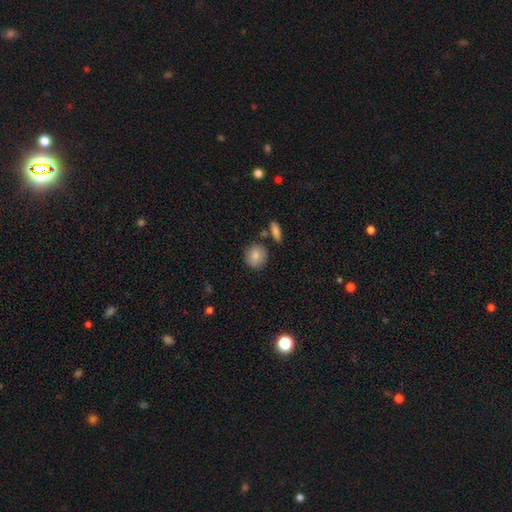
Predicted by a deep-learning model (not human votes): Smooth or featured?
  - smooth: 85% *
  - featured or disk: 9%
  - star or artifact: 7%
How rounded?
  - round: 83% *
  - in between: 15%
  - cigar-shaped: 1%
Merging?
  - none: 80% *
  - minor disturbance: 11%
  - merger: 6%
  - major disturbance: 3%